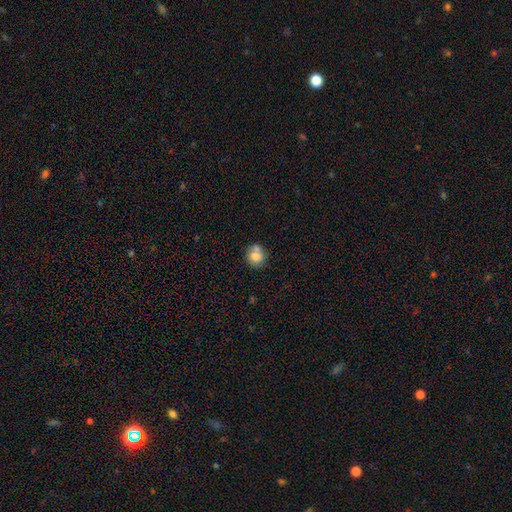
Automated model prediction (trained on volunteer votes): This appears to be a smooth galaxy with no disk features (78%) that is round (81%). Merging: none (52%).